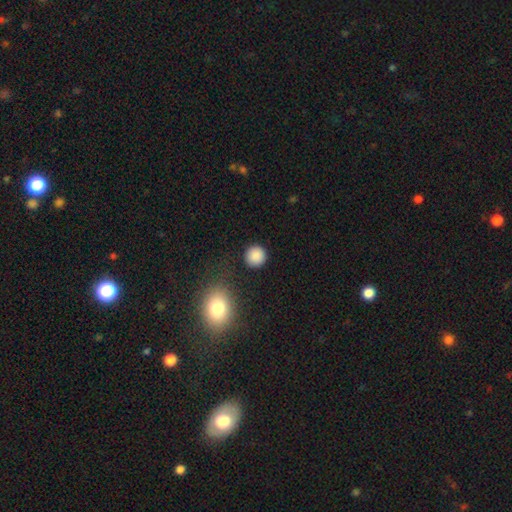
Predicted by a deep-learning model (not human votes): smooth_or_featured: smooth (p=0.87) [alt: star or artifact p=0.09]
how_rounded: round (p=0.93) [alt: in between p=0.06]
merging: none (p=0.89) [alt: minor disturbance p=0.06]